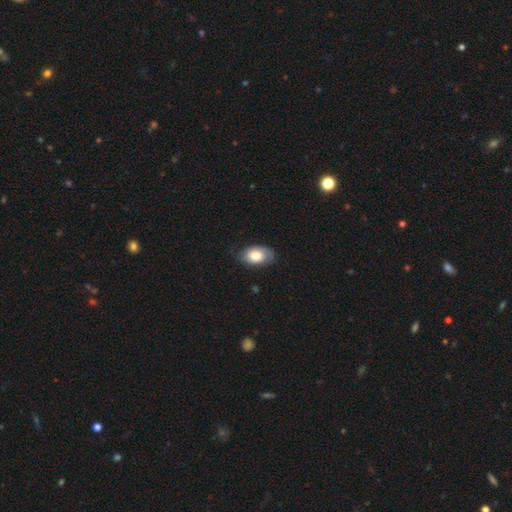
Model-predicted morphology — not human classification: The model was most divided on "smooth or featured": smooth: 68%, featured or disk: 25%, star or artifact: 6%. More confident: how rounded — in between (90%); merging — none (68%).